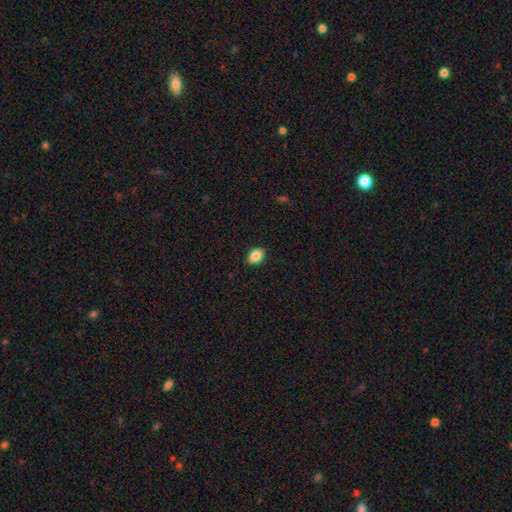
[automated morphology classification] Smooth or featured? Predicted: smooth (p=0.87). How rounded? Predicted: in between (p=0.77). Merging? Predicted: none (p=0.90).